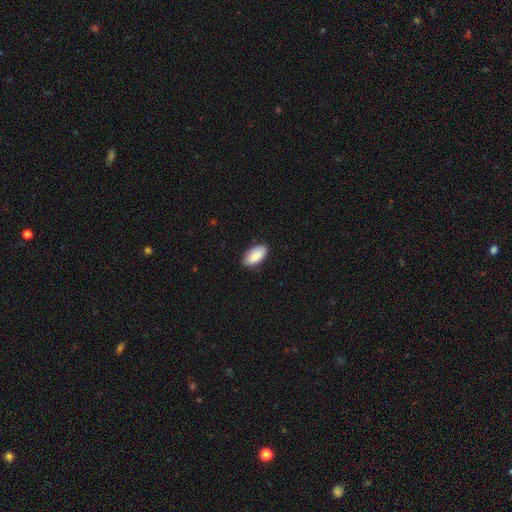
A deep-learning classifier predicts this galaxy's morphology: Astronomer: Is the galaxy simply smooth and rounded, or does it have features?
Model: smooth — 90%.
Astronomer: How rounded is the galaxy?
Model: in between — 95%.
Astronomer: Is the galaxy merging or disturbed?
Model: none — 84%.